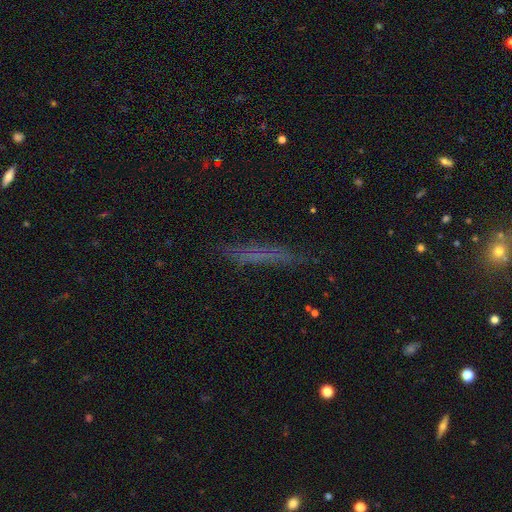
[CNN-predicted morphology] Smooth or featured? smooth (51%)
How rounded? cigar-shaped (90%)
Merging? none (81%)